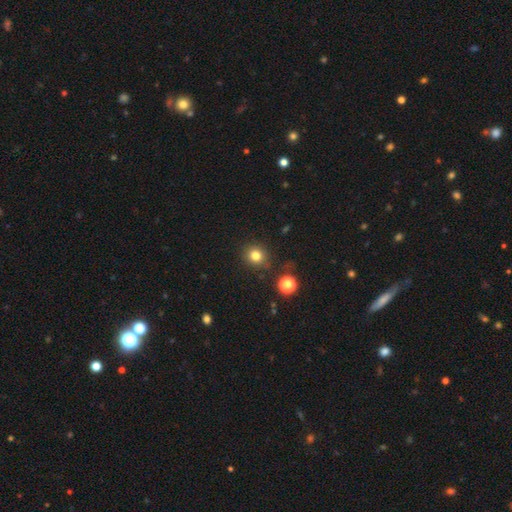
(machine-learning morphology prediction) Q: Smooth or featured?
A: smooth (80%); runner-up: star or artifact (14%)
Q: How rounded?
A: round (87%); runner-up: in between (12%)
Q: Merging?
A: none (85%); runner-up: minor disturbance (9%)